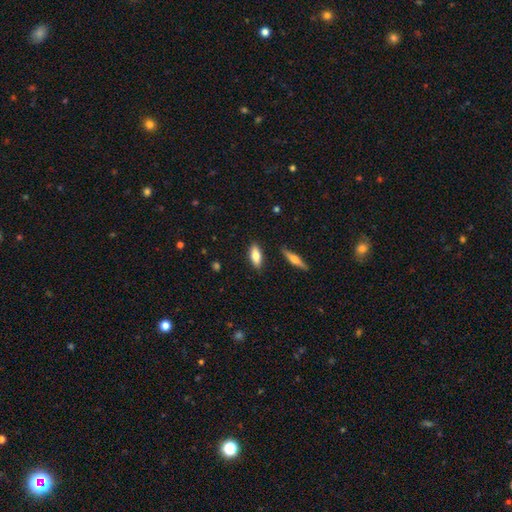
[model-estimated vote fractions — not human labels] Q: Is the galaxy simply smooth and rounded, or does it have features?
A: smooth — 74%.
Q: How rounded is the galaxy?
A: in between — 72%.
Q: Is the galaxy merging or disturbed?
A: none — 86%.